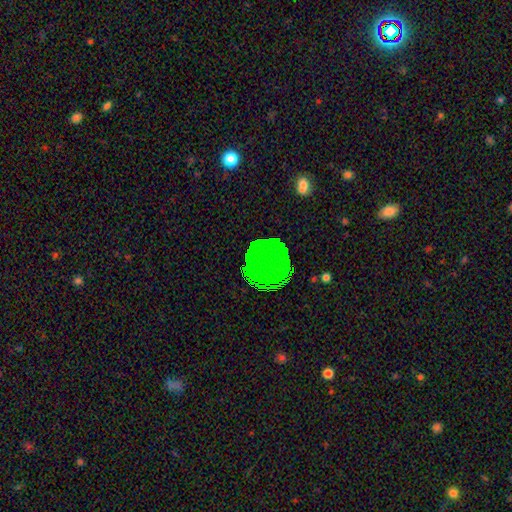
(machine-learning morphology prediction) Smooth or featured: star or artifact — 41% (smooth — 38%)